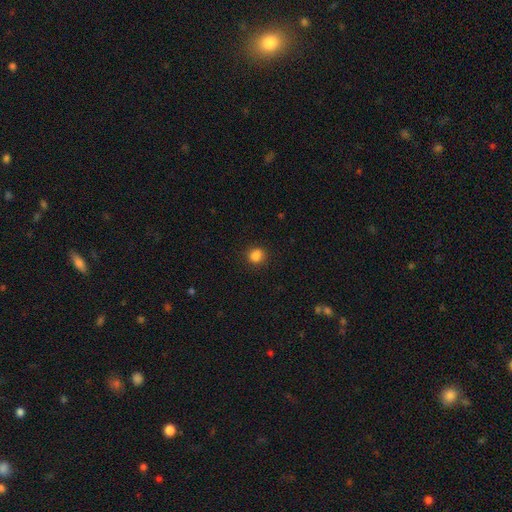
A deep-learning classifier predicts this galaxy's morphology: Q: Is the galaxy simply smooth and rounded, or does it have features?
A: smooth — 84%.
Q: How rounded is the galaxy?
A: round — 79%.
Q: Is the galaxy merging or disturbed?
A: none — 84%.